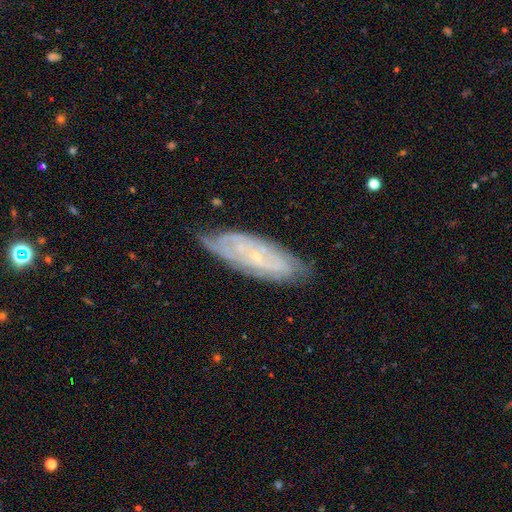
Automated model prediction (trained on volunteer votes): Smooth or featured?
  - featured or disk: 72% *
  - smooth: 20%
  - star or artifact: 8%
Edge-on disk?
  - no: 83% *
  - yes: 17%
Bar?
  - no: 69% *
  - weak: 25%
  - strong: 7%
Spiral arms?
  - yes: 85% *
  - no: 15%
Spiral winding?
  - tight: 68% *
  - medium: 25%
  - loose: 8%
Spiral arm count?
  - can't tell: 55% *
  - 2: 18%
  - 3: 10%
  - 4: 8%
  - more than 4: 5%
  - 1: 4%
Bulge size?
  - small: 84% *
  - moderate: 11%
  - none: 3%
  - large: 1%
  - dominant: 1%
Merging?
  - none: 74% *
  - minor disturbance: 20%
  - major disturbance: 4%
  - merger: 2%